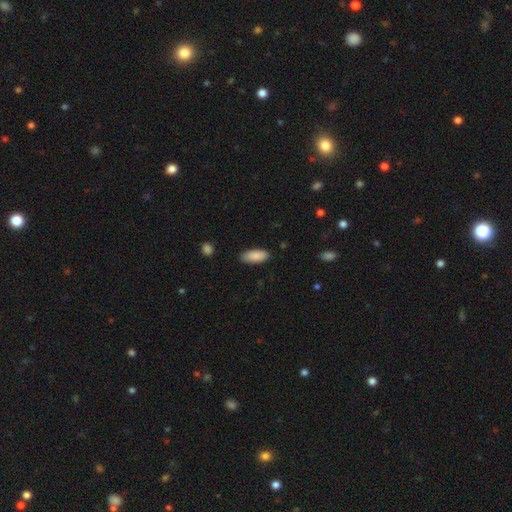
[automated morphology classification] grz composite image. It shows a smooth galaxy with no disk features (88%) that is in between round and cigar-shaped (84%). Merging: none (87%).